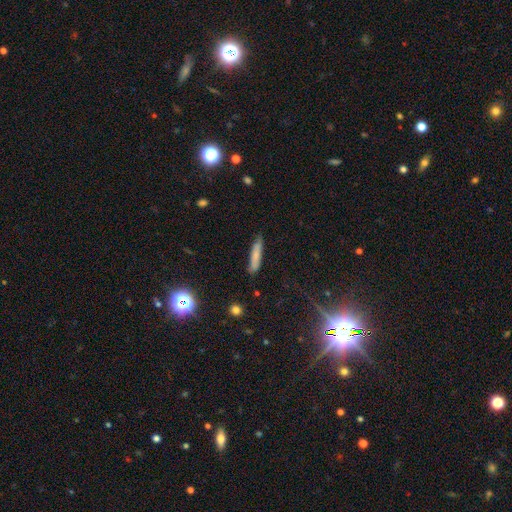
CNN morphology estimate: This is likely a smooth galaxy (73%). How rounded: clearly cigar-shaped (88%). Merging: clearly none (80%).